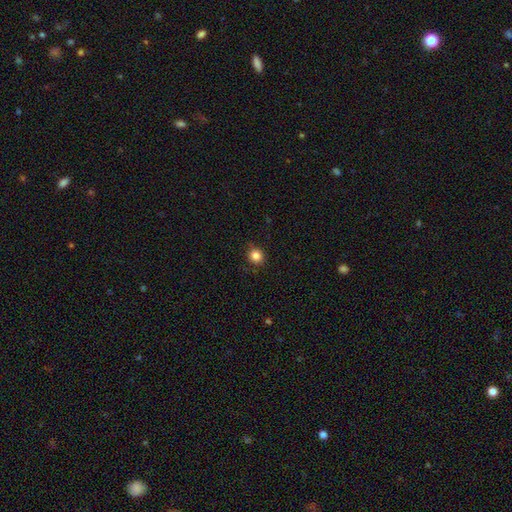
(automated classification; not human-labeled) Overall: smooth (84%). How rounded: round (85%). Merging: none (88%).